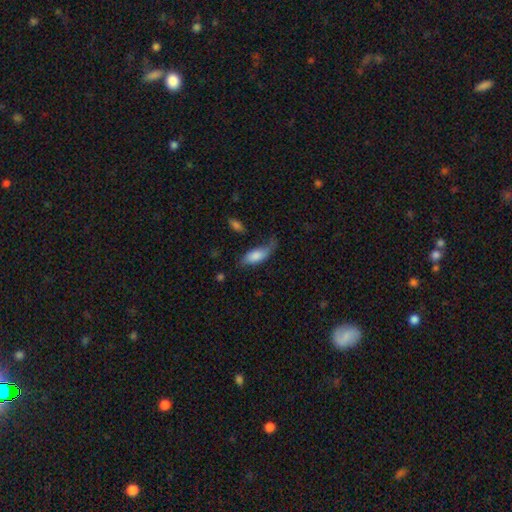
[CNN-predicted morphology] Smooth or featured? smooth (75%)
How rounded? in between (78%)
Merging? none (42%)